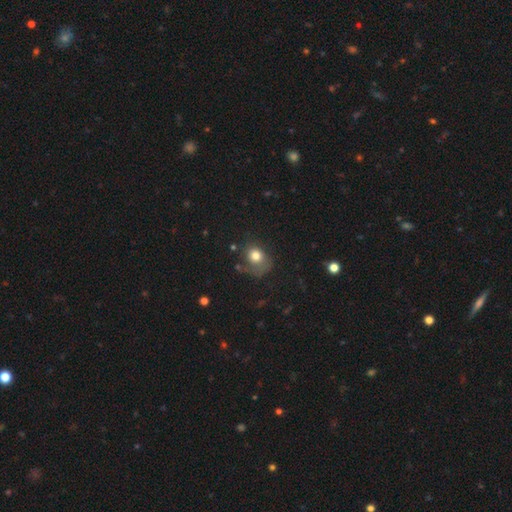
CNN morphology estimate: Overall: smooth (75%). How rounded: round (63%; in between 36%). Merging: none (47%; minor disturbance 26%).